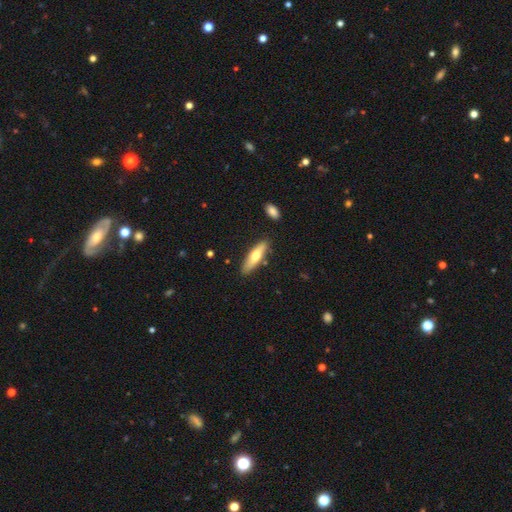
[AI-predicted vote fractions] Smooth or featured: smooth — 58% (featured or disk — 36%)
How rounded: cigar-shaped — 66% (in between — 32%)
Merging: none — 83% (minor disturbance — 12%)